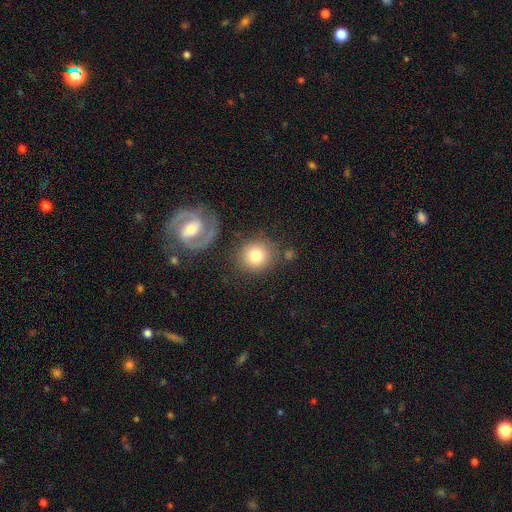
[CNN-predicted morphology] The model was most divided on "smooth or featured": smooth: 76%, featured or disk: 16%, star or artifact: 8%. More confident: how rounded — round (88%); merging — none (73%).